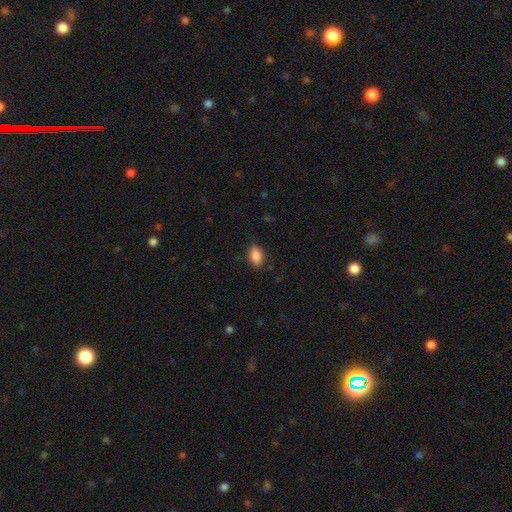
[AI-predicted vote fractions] Smooth or featured? smooth (87%)
How rounded? in between (88%)
Merging? none (84%)